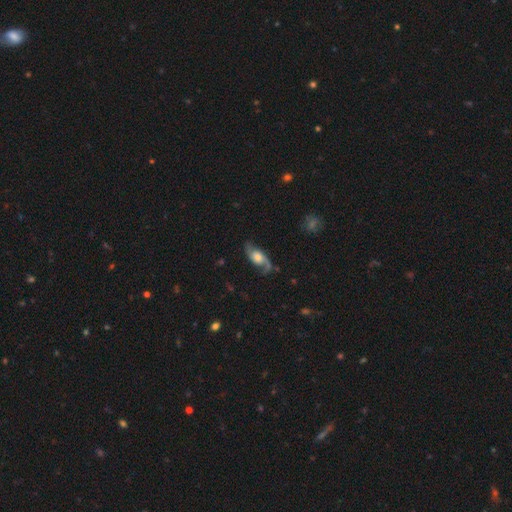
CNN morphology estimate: Smooth or featured? featured or disk (76%)
Edge-on disk? no (91%)
Bar? no (66%)
Spiral arms? yes (94%)
Spiral winding? loose (53%)
Spiral arm count? 2 (86%)
Bulge size? moderate (45%)
Merging? none (70%)